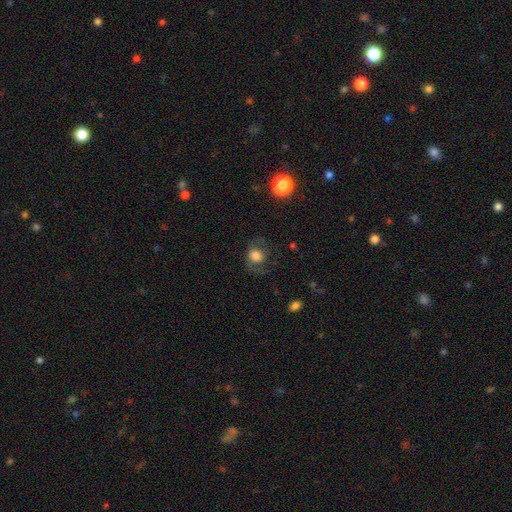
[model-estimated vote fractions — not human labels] This appears to be a smooth galaxy with no disk features (55%) that is round (73%). Merging: none (61%).